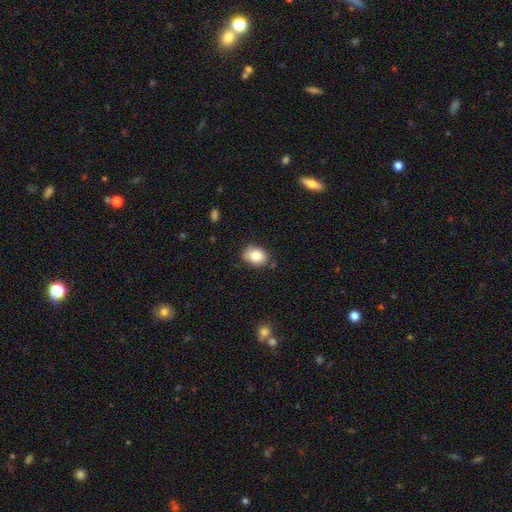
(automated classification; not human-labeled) A smooth galaxy with no disk features (85%) that is in between round and cigar-shaped (74%).

Vote fractions:
- Smooth or featured? smooth: 85% / star or artifact: 8% / featured or disk: 7%
- How rounded? in between: 74% / round: 25% / cigar-shaped: 1%
- Merging? none: 74% / minor disturbance: 20% / major disturbance: 4% / merger: 3%